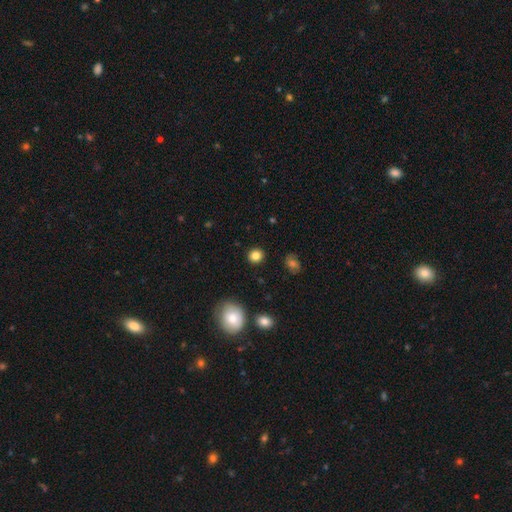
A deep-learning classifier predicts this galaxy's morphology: Q: Smooth or featured?
A: smooth (83%); runner-up: star or artifact (11%)
Q: How rounded?
A: round (88%); runner-up: in between (11%)
Q: Merging?
A: none (90%); runner-up: minor disturbance (6%)